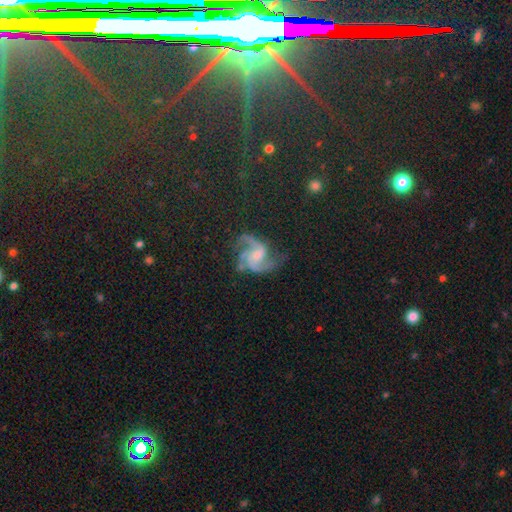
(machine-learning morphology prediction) A featured or disk galaxy (83%) with no bar (57%), 3 (49%) medium (55%) spiral arms (97%) and a small central bulge (46%).

Vote fractions:
- Smooth or featured? featured or disk: 83% / star or artifact: 10% / smooth: 7%
- Edge-on disk? no: 98% / yes: 2%
- Bar? no: 57% / weak: 34% / strong: 9%
- Spiral arms? yes: 97% / no: 3%
- Spiral winding? medium: 55% / loose: 25% / tight: 20%
- Spiral arm count? 3: 49% / 2: 19% / 4: 10% / can't tell: 9% / 1: 7% / more than 4: 7%
- Bulge size? small: 46% / moderate: 32% / none: 15% / large: 5% / dominant: 2%
- Merging? none: 59% / minor disturbance: 21% / major disturbance: 18% / merger: 3%